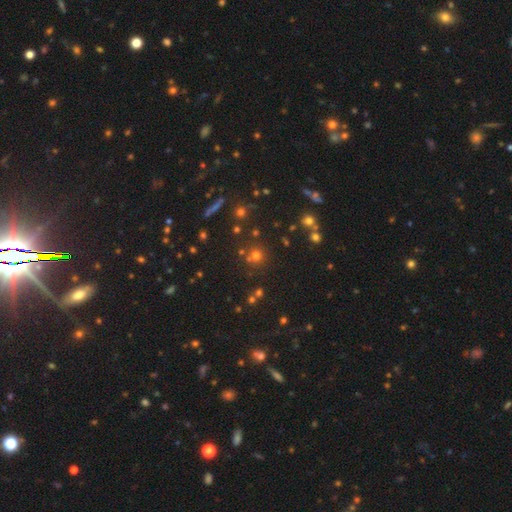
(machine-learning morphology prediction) A smooth galaxy with no disk features (65%) that is round (92%).

Vote fractions:
- Smooth or featured? smooth: 65% / star or artifact: 27% / featured or disk: 8%
- How rounded? round: 92% / in between: 7% / cigar-shaped: 1%
- Merging? none: 77% / merger: 11% / minor disturbance: 8% / major disturbance: 3%